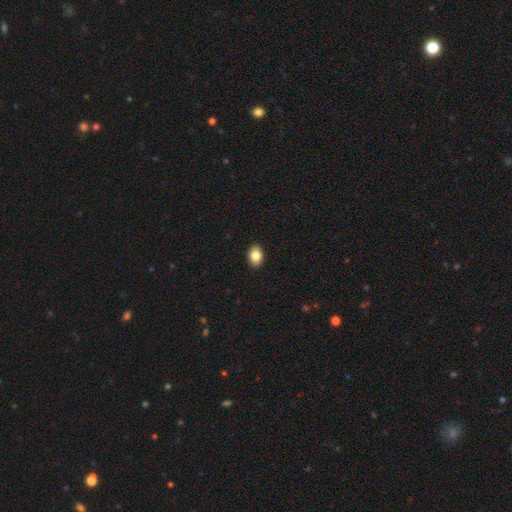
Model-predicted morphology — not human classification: Q: Smooth or featured?
A: smooth (85%); runner-up: star or artifact (8%)
Q: How rounded?
A: in between (79%); runner-up: round (20%)
Q: Merging?
A: none (91%); runner-up: minor disturbance (6%)